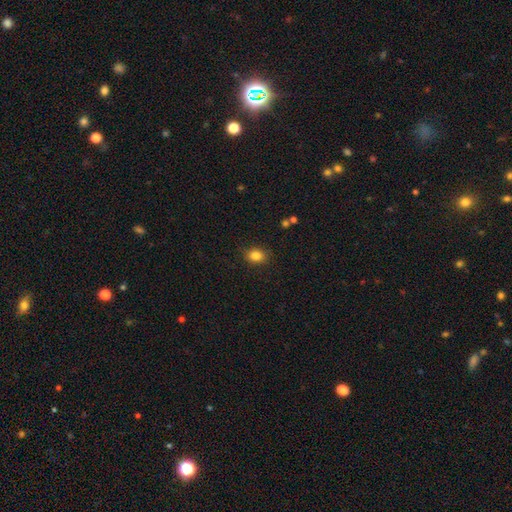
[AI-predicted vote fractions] This is clearly a smooth galaxy (84%). How rounded: possibly in between (51%). Merging: clearly none (87%).